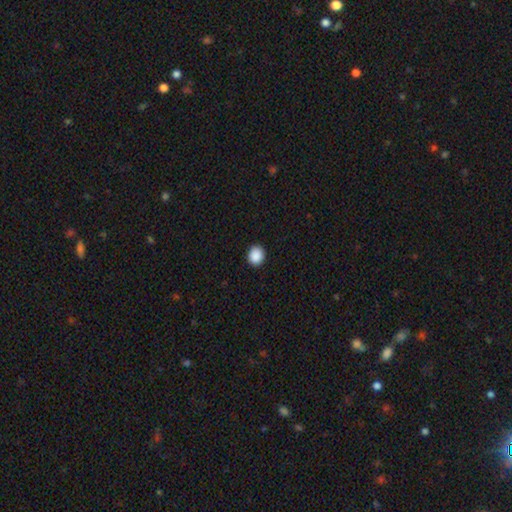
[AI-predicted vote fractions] Smooth or featured? Predicted: smooth (p=0.89). How rounded? Predicted: round (p=0.74). Merging? Predicted: none (p=0.92).